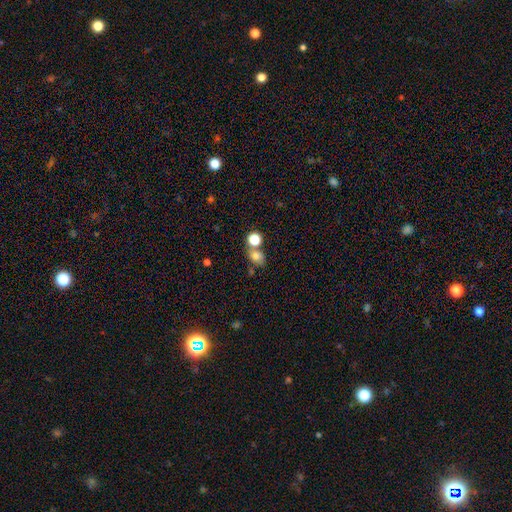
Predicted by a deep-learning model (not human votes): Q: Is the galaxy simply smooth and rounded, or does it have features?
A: smooth — 75%.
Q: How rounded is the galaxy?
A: round — 52%.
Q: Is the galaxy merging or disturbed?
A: none — 53%.